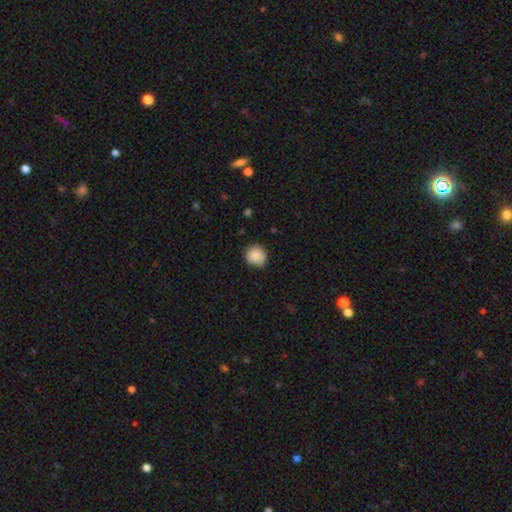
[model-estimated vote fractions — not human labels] Overall: smooth (86%). How rounded: round (86%). Merging: none (84%).